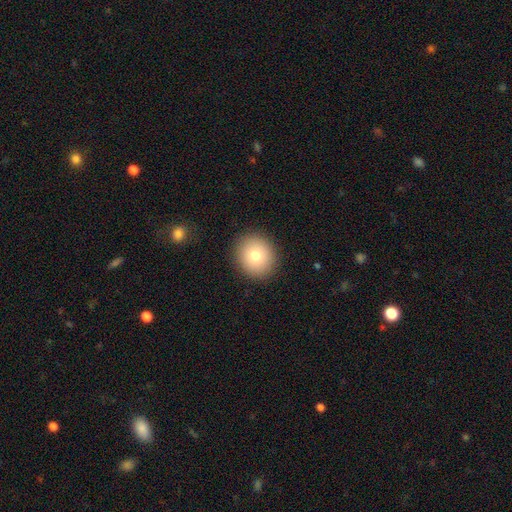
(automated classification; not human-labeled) Smooth or featured? smooth (77%)
How rounded? round (81%)
Merging? none (90%)